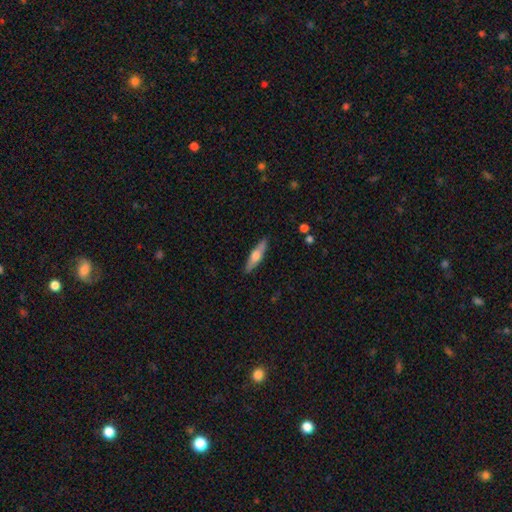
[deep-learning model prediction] The model was most divided on "smooth or featured": smooth: 51%, featured or disk: 43%, star or artifact: 6%. More confident: merging — none (89%); how rounded — cigar-shaped (72%).